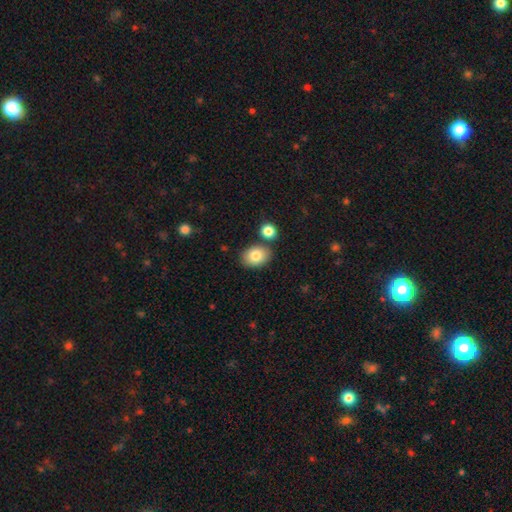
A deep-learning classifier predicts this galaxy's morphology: A smooth galaxy with no disk features (82%) that is in between round and cigar-shaped (71%).

Vote fractions:
- Smooth or featured? smooth: 82% / featured or disk: 10% / star or artifact: 8%
- How rounded? in between: 71% / round: 28% / cigar-shaped: 1%
- Merging? none: 76% / merger: 11% / minor disturbance: 10% / major disturbance: 3%